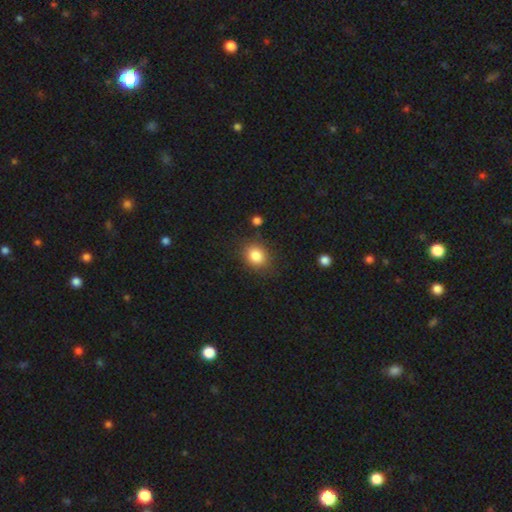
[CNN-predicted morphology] Smooth or featured? Predicted: smooth (p=0.85). How rounded? Predicted: round (p=0.58). Merging? Predicted: none (p=0.81).